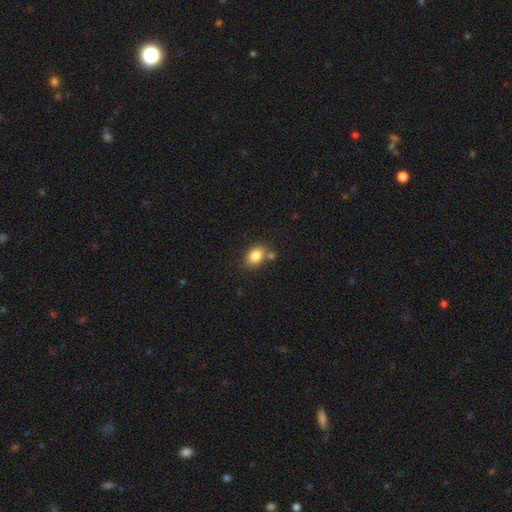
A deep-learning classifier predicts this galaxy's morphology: This is clearly a smooth galaxy (84%). How rounded: likely in between (71%). Merging: likely none (66%).